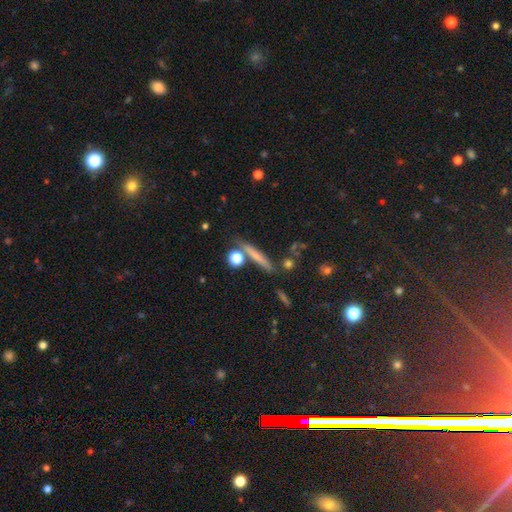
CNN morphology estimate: Smooth or featured? Predicted: smooth (p=0.56). How rounded? Predicted: cigar-shaped (p=0.84). Merging? Predicted: none (p=0.78).